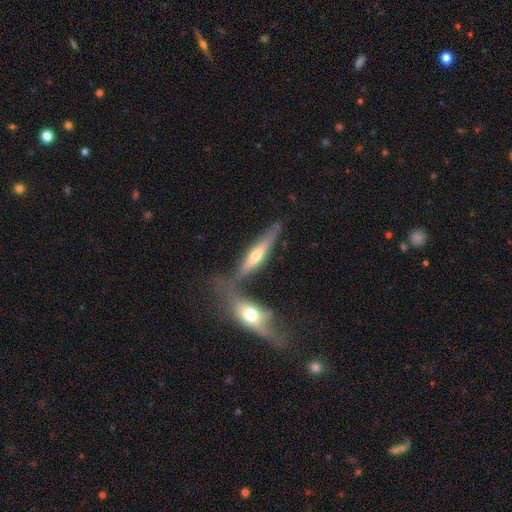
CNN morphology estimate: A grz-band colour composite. It shows a featured or disk galaxy (61%) viewed edge-on (90%) with a rounded central bulge (86%). Merging: none (54%).